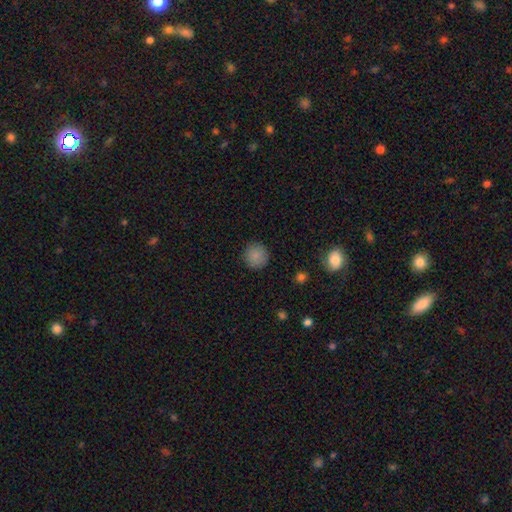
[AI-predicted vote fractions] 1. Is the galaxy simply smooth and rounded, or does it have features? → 86% smooth, 10% star or artifact, 4% featured or disk.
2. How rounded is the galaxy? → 94% round, 5% in between, 1% cigar-shaped.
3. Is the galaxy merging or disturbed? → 90% none, 7% minor disturbance, 2% major disturbance, 1% merger.